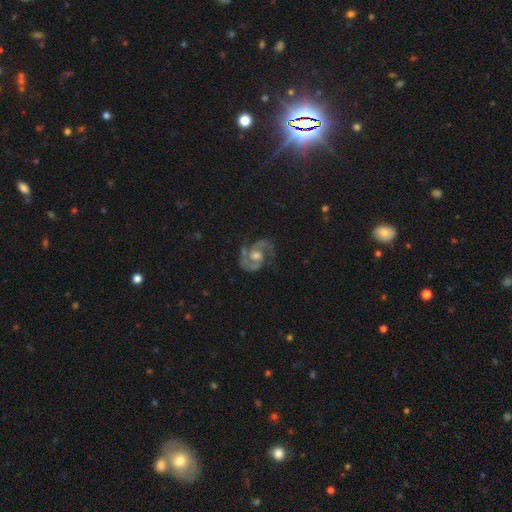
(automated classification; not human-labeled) Morphology: type=featured or disk (89%); edge-on=no (98%); bar=no (55%); spiral arms=yes (96%); winding=medium (58%); arm count=2 (92%); bulge=moderate (68%); merging=none (78%).